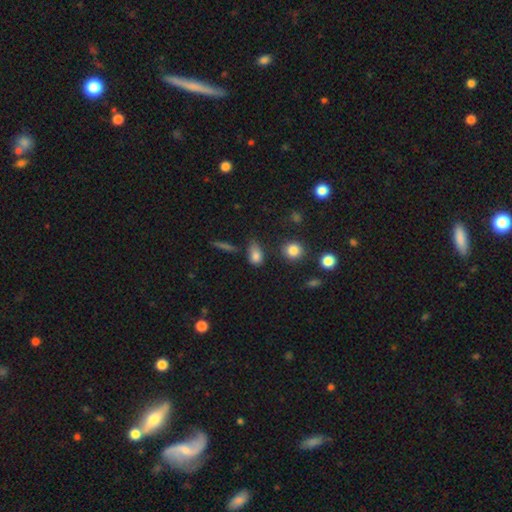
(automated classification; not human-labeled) smooth_or_featured: smooth (p=0.81) [alt: star or artifact p=0.12]
how_rounded: in between (p=0.74) [alt: round p=0.22]
merging: none (p=0.55) [alt: minor disturbance p=0.29]